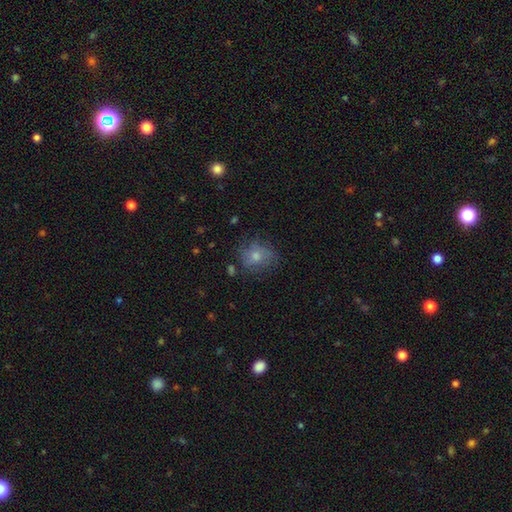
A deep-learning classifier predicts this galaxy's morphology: smooth 51%, featured or disk 31%, star or artifact 18%. Down the decision tree: how rounded — round (69%); merging — none (69%).